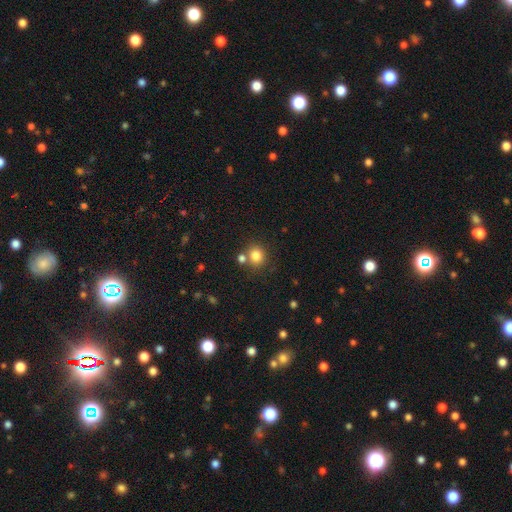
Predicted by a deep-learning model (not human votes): Smooth or featured? Predicted: smooth (p=0.82). How rounded? Predicted: round (p=0.81). Merging? Predicted: none (p=0.68).